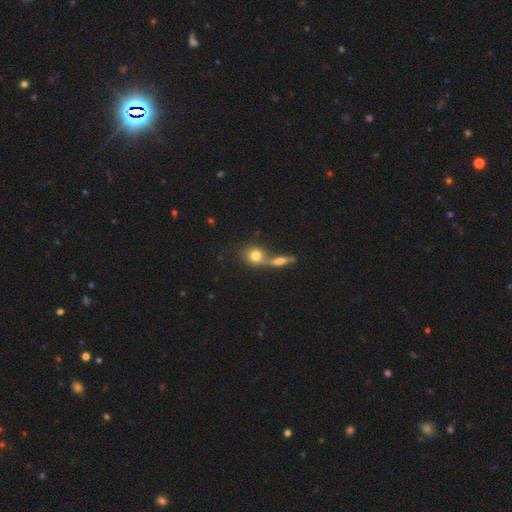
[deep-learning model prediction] smooth-or-featured: smooth: 75% | featured or disk: 15% | star or artifact: 10%
  how-rounded: round: 68% | in between: 28% | cigar-shaped: 4%
  merging: merger: 48% | none: 38% | minor disturbance: 8% | major disturbance: 5%